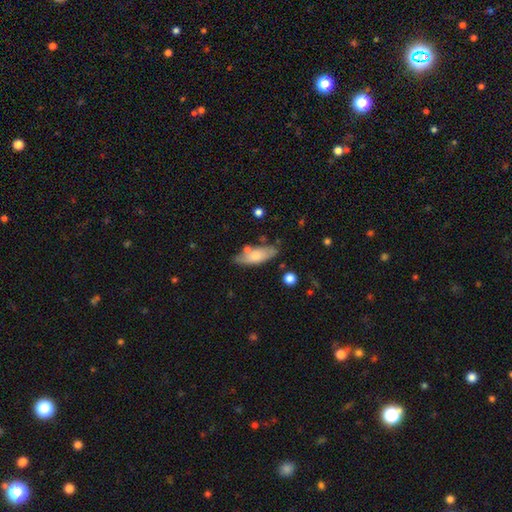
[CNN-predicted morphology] Smooth or featured?
  - smooth: 68% *
  - featured or disk: 26%
  - star or artifact: 6%
How rounded?
  - in between: 66% *
  - cigar-shaped: 32%
  - round: 2%
Merging?
  - none: 72% *
  - minor disturbance: 17%
  - merger: 7%
  - major disturbance: 4%